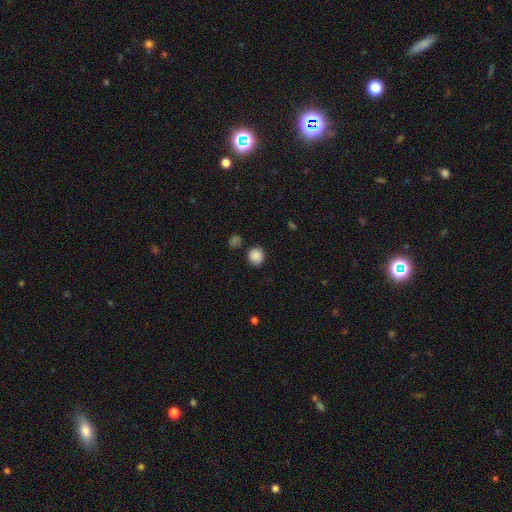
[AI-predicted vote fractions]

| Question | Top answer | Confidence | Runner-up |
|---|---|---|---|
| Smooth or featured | smooth | 87% | star or artifact (10%) |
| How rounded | round | 88% | in between (11%) |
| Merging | none | 83% | minor disturbance (11%) |